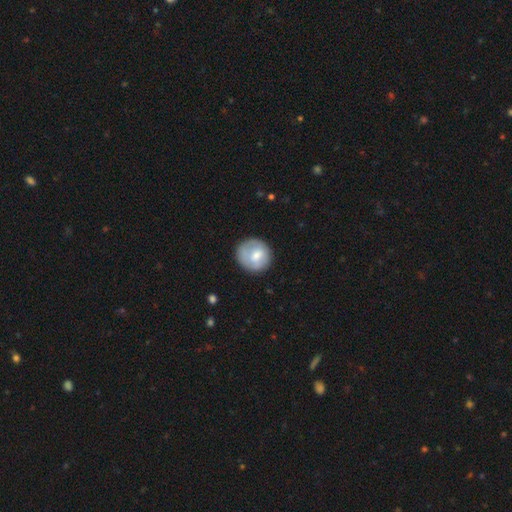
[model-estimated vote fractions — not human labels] A smooth galaxy with no disk features (66%) that is round (87%).

Vote fractions:
- Smooth or featured? smooth: 66% / featured or disk: 28% / star or artifact: 6%
- How rounded? round: 87% / in between: 12% / cigar-shaped: 1%
- Merging? none: 75% / minor disturbance: 18% / major disturbance: 6% / merger: 2%